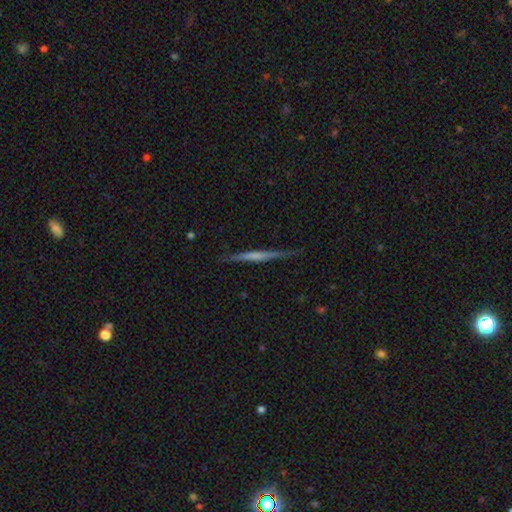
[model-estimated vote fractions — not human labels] The model was most divided on "smooth or featured": featured or disk: 61%, smooth: 33%, star or artifact: 6%. More confident: edge-on disk — yes (97%); merging — none (85%); edge-on bulge — none (56%).